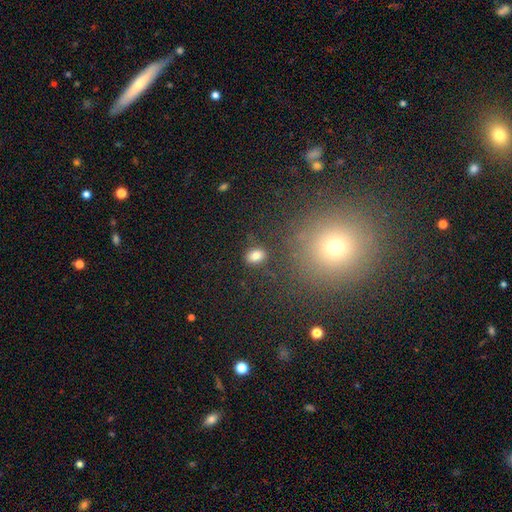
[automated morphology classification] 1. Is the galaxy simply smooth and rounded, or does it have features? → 80% smooth, 12% star or artifact, 8% featured or disk.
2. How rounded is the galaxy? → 74% in between, 25% round, 2% cigar-shaped.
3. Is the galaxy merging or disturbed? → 79% none, 13% minor disturbance, 4% major disturbance, 4% merger.